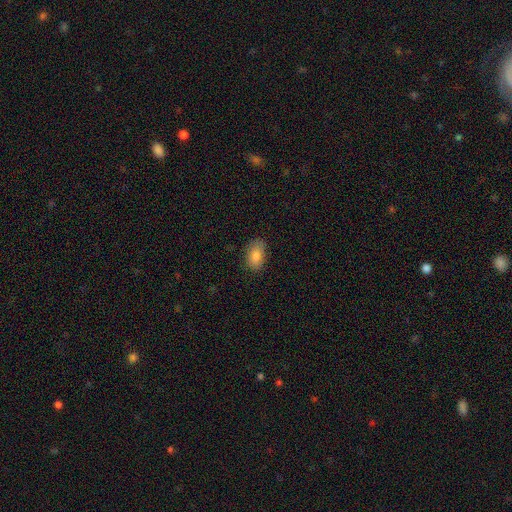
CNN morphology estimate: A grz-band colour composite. It shows a smooth galaxy with no disk features (85%) that is in between round and cigar-shaped (91%). Merging: none (80%).